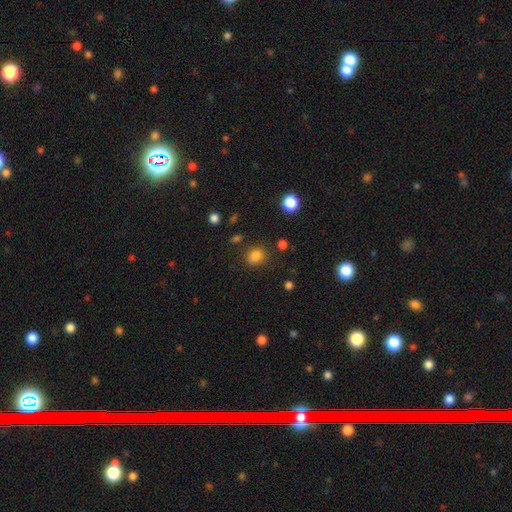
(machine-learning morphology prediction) A smooth galaxy with no disk features (81%) that is round (55%). Merging: none (76%).